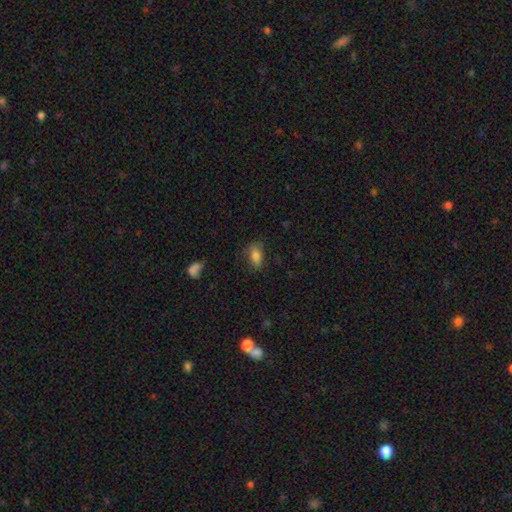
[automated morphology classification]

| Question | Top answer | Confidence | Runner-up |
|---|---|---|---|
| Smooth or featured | smooth | 79% | featured or disk (11%) |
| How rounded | in between | 84% | cigar-shaped (9%) |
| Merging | none | 75% | minor disturbance (18%) |